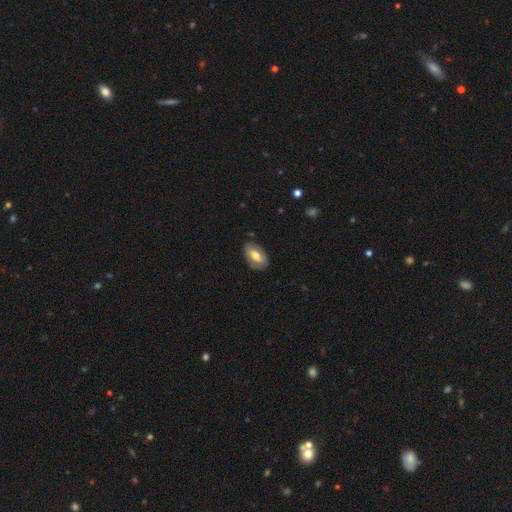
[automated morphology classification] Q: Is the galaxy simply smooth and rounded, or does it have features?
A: smooth — 53%.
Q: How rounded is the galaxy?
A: in between — 91%.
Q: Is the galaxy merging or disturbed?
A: none — 80%.